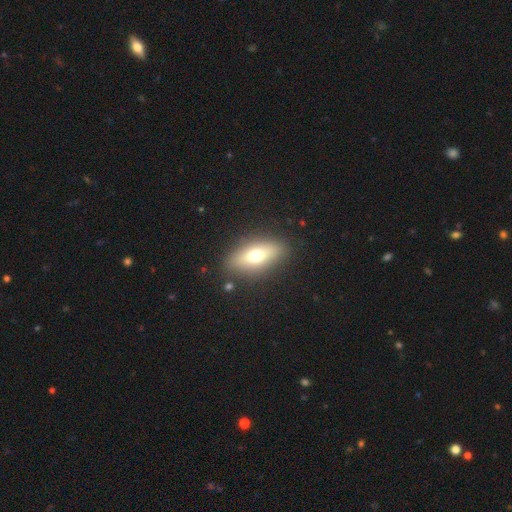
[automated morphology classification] Overall: smooth (63%; featured or disk 28%). How rounded: in between (76%). Merging: none (84%).